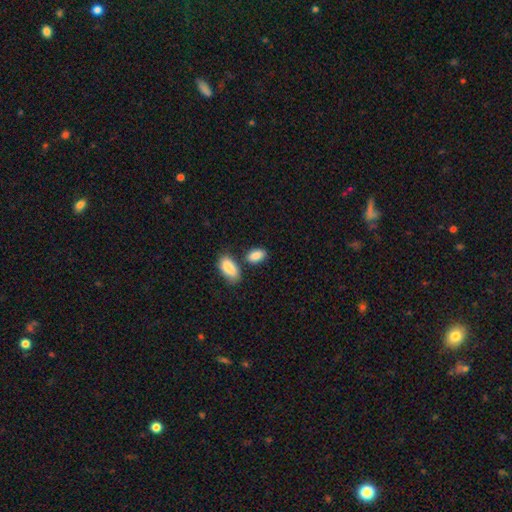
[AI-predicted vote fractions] smooth_or_featured: smooth (p=0.88) [alt: star or artifact p=0.07]
how_rounded: in between (p=0.92) [alt: round p=0.06]
merging: none (p=0.68) [alt: merger p=0.16]